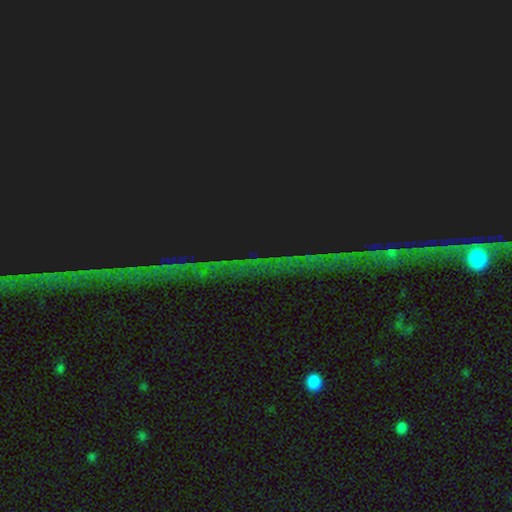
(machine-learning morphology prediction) A star or artifact, not a galaxy (83%).

Vote fractions:
- Smooth or featured? star or artifact: 83% / smooth: 9% / featured or disk: 8%